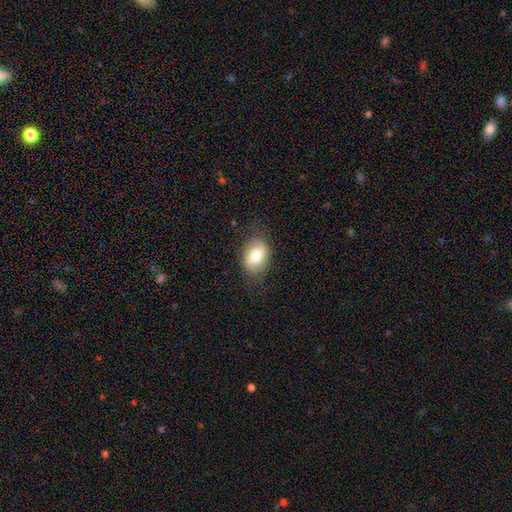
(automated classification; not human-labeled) Overall: smooth (67%). How rounded: in between (75%). Merging: none (77%).